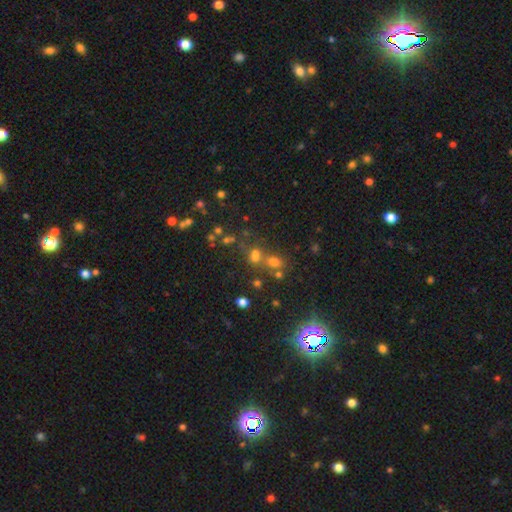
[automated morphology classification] The model was most divided on "smooth or featured": star or artifact: 45%, smooth: 41%, featured or disk: 14%.